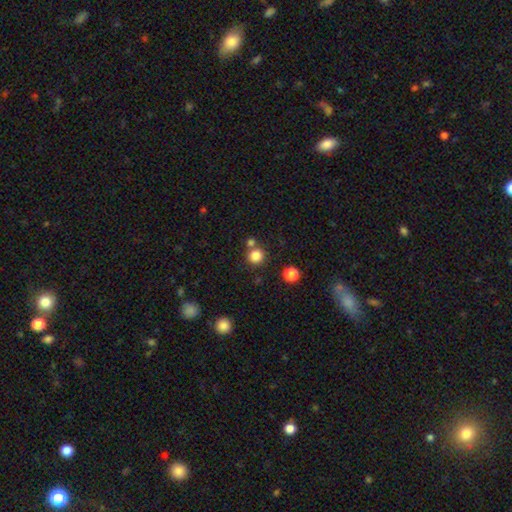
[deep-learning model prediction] Q: Smooth or featured?
A: smooth (83%); runner-up: star or artifact (12%)
Q: How rounded?
A: round (93%); runner-up: in between (6%)
Q: Merging?
A: none (74%); runner-up: merger (16%)